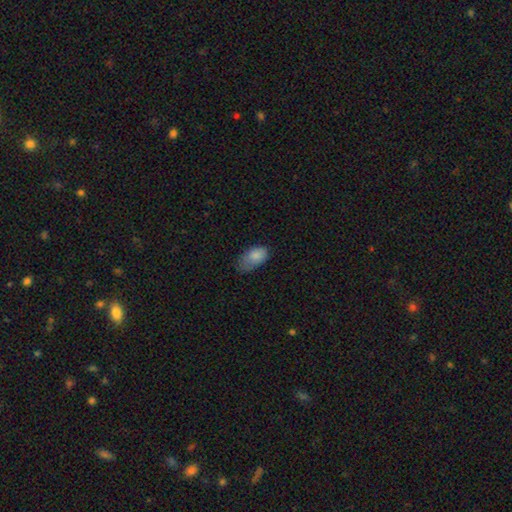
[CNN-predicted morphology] type=smooth (83%); roundness=in between (92%); merging=minor disturbance (43%).